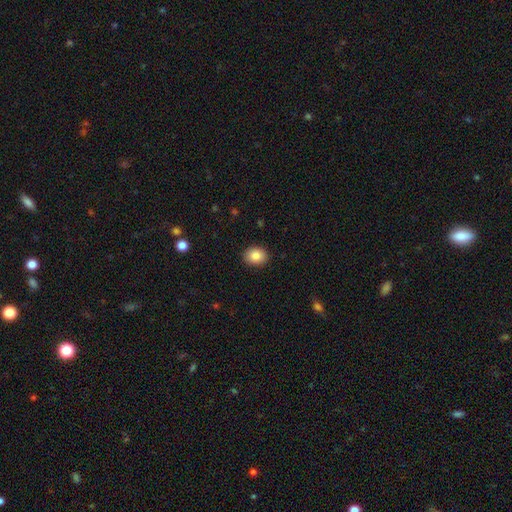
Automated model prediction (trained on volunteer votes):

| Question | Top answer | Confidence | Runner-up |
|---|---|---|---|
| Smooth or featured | smooth | 86% | star or artifact (9%) |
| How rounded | in between | 52% | round (47%) |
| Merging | none | 90% | minor disturbance (7%) |